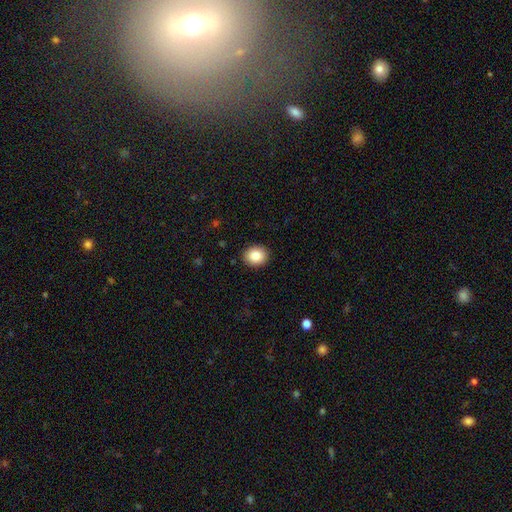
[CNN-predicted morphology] This is clearly a smooth galaxy (85%). How rounded: likely round (68%). Merging: clearly none (91%).